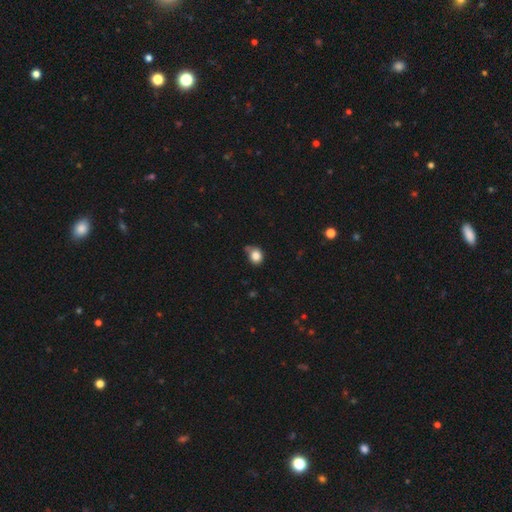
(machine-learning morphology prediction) Smooth or featured? Predicted: smooth (p=0.84). How rounded? Predicted: round (p=0.69). Merging? Predicted: none (p=0.53).